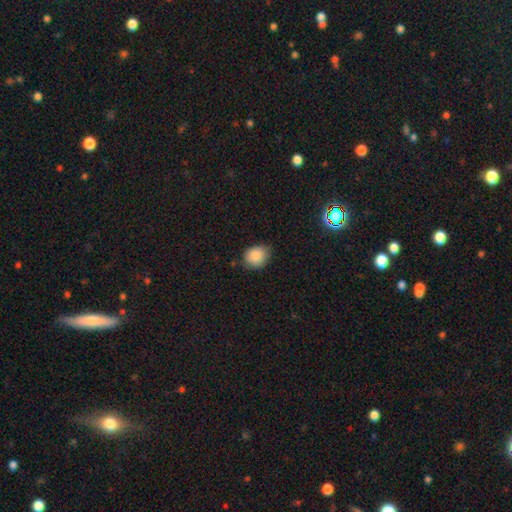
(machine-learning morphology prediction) A smooth galaxy with no disk features (86%) that is round (56%).

Vote fractions:
- Smooth or featured? smooth: 86% / star or artifact: 8% / featured or disk: 6%
- How rounded? round: 56% / in between: 43% / cigar-shaped: 1%
- Merging? none: 69% / minor disturbance: 26% / major disturbance: 3% / merger: 2%